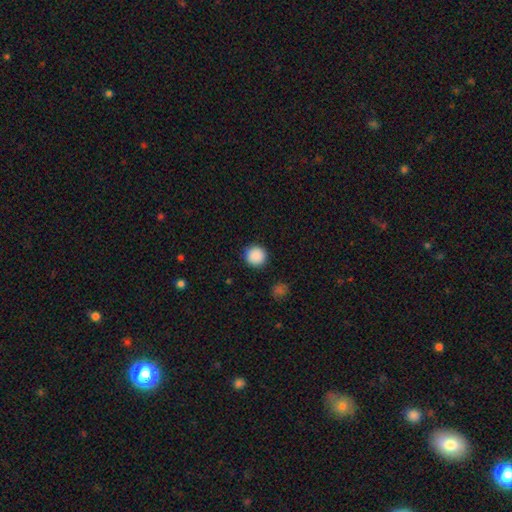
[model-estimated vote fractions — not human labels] Q: Smooth or featured?
A: smooth (89%); runner-up: star or artifact (8%)
Q: How rounded?
A: round (95%); runner-up: in between (4%)
Q: Merging?
A: none (92%); runner-up: minor disturbance (5%)